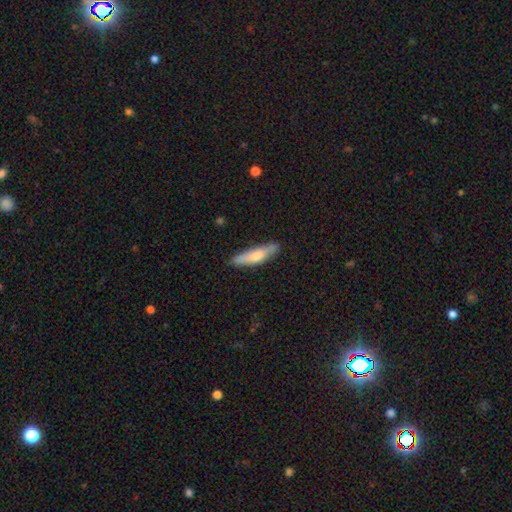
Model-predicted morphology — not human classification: smooth-or-featured: smooth: 65% | featured or disk: 30% | star or artifact: 5%
  how-rounded: cigar-shaped: 71% | in between: 27% | round: 2%
  merging: none: 80% | minor disturbance: 15% | major disturbance: 3% | merger: 2%